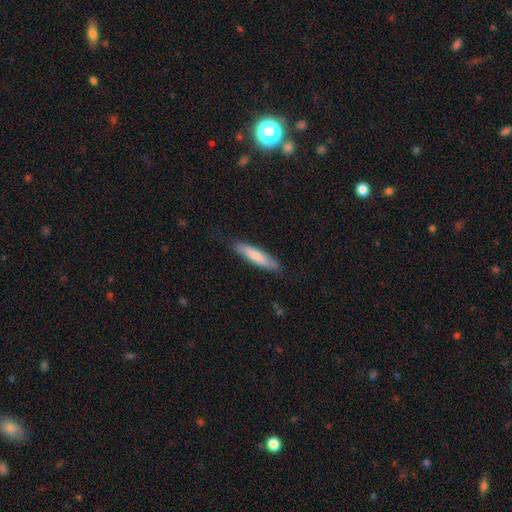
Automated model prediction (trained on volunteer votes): Overall: smooth (79%). How rounded: cigar-shaped (79%). Merging: none (82%).